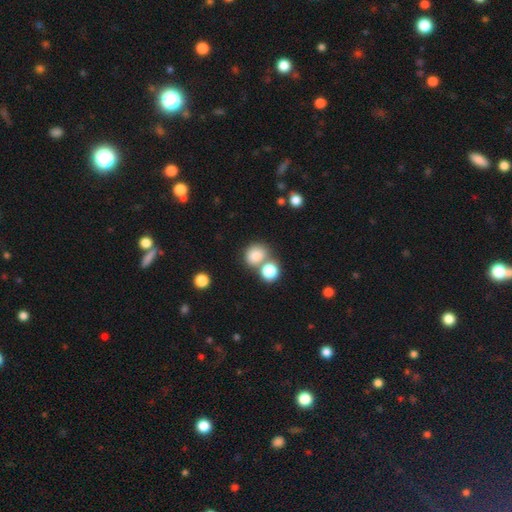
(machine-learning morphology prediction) Overall: smooth (81%). How rounded: round (75%). Merging: none (52%; merger 35%).